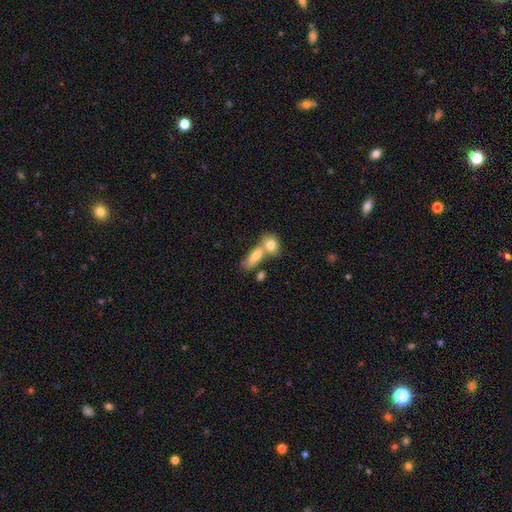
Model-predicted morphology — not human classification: Smooth or featured: smooth — 71% (featured or disk — 21%)
How rounded: in between — 63% (cigar-shaped — 26%)
Merging: merger — 56% (none — 31%)